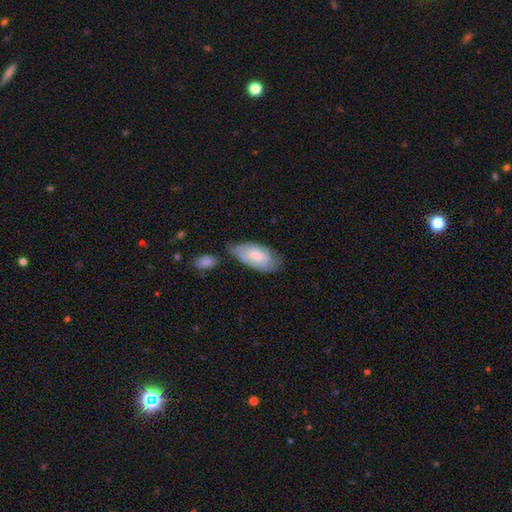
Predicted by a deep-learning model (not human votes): A smooth galaxy with no disk features (57%) that is in between round and cigar-shaped (91%). Merging: none (51%).